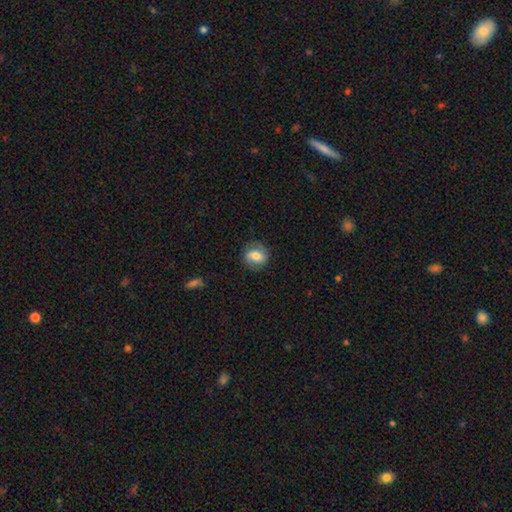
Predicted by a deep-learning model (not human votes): Smooth or featured? smooth (60%)
How rounded? round (58%)
Merging? none (78%)